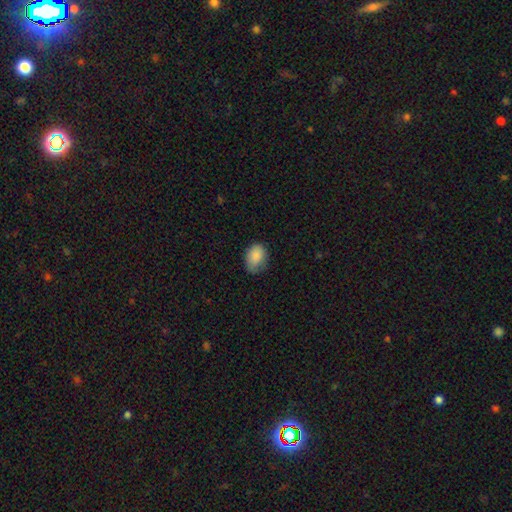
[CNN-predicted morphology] Smooth or featured? Predicted: smooth (p=0.86). How rounded? Predicted: in between (p=0.73). Merging? Predicted: none (p=0.62).